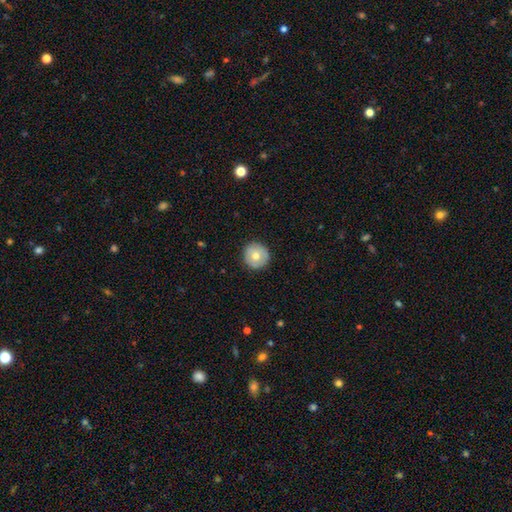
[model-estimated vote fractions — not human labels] Smooth or featured? Predicted: smooth (p=0.70). How rounded? Predicted: round (p=0.95). Merging? Predicted: none (p=0.90).